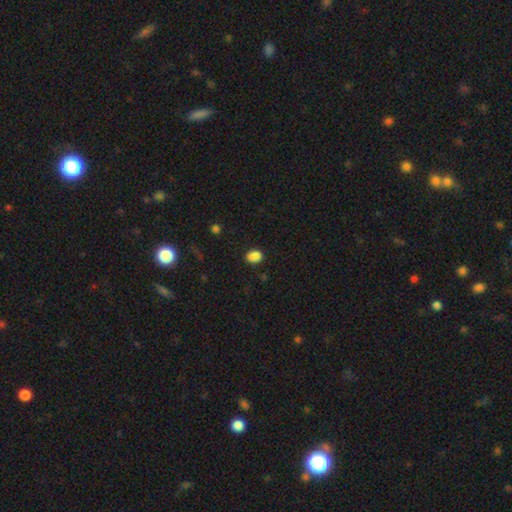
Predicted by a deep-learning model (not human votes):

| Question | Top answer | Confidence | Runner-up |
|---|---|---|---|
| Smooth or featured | smooth | 82% | star or artifact (11%) |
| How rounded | in between | 57% | round (42%) |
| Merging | none | 59% | minor disturbance (18%) |